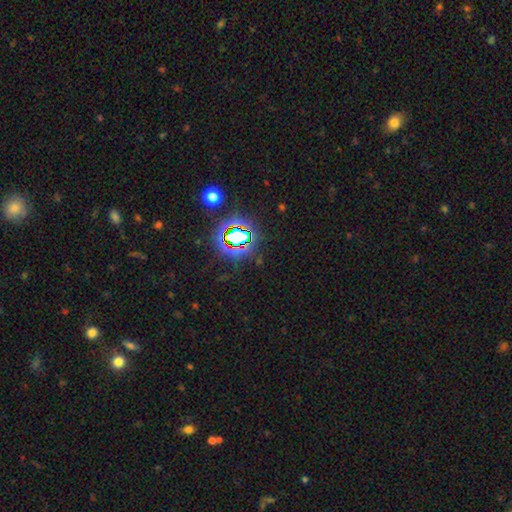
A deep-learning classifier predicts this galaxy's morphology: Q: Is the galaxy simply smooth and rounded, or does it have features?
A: star or artifact — 77%.